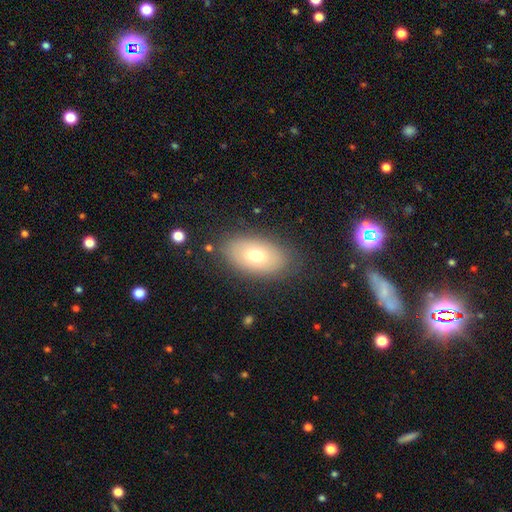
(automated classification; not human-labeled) smooth_or_featured: smooth (p=0.69) [alt: featured or disk p=0.23]
how_rounded: in between (p=0.91) [alt: round p=0.07]
merging: none (p=0.82) [alt: minor disturbance p=0.12]